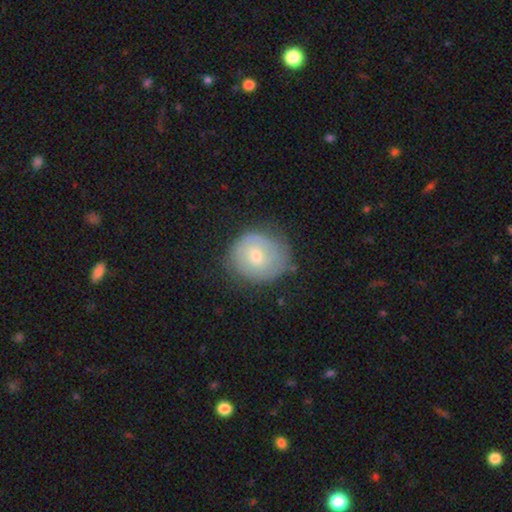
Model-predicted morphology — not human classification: smooth-or-featured: smooth: 52% | featured or disk: 41% | star or artifact: 7%
  how-rounded: round: 82% | in between: 17% | cigar-shaped: 1%
  merging: none: 69% | minor disturbance: 22% | major disturbance: 7% | merger: 2%